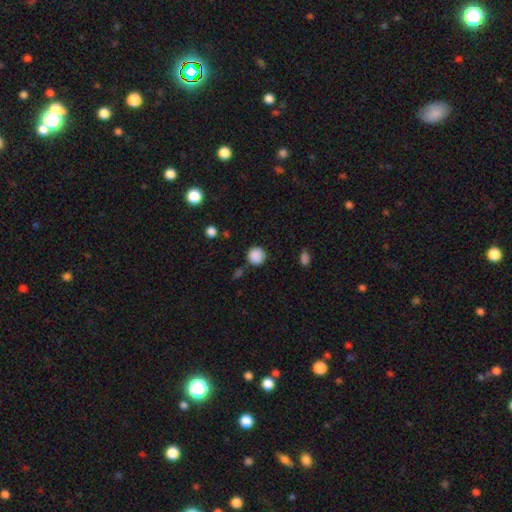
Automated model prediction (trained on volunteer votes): smooth_or_featured: smooth (p=0.88) [alt: star or artifact p=0.09]
how_rounded: round (p=0.93) [alt: in between p=0.06]
merging: none (p=0.81) [alt: minor disturbance p=0.11]